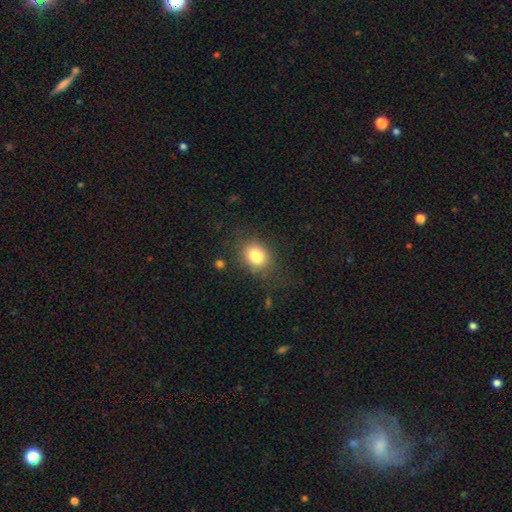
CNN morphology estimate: Smooth or featured?
  - smooth: 81% *
  - star or artifact: 11%
  - featured or disk: 9%
How rounded?
  - round: 56% *
  - in between: 43%
  - cigar-shaped: 1%
Merging?
  - none: 77% *
  - minor disturbance: 14%
  - major disturbance: 7%
  - merger: 2%